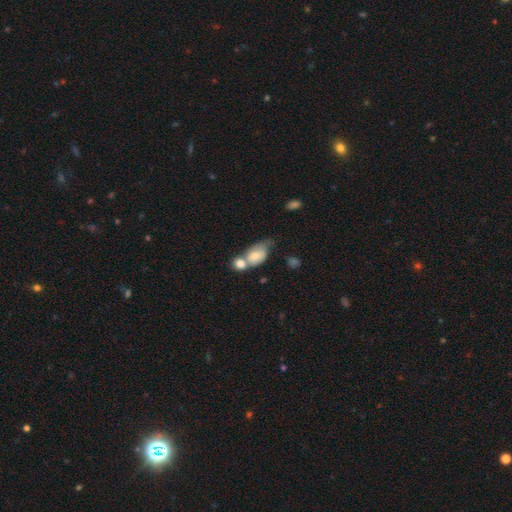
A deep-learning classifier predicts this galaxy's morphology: Smooth or featured? smooth (73%)
How rounded? in between (79%)
Merging? merger (60%)